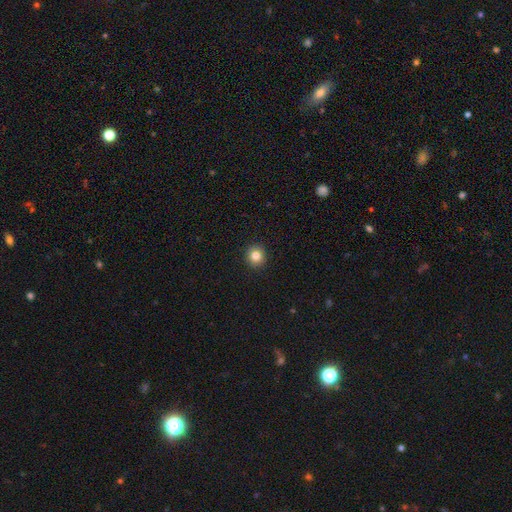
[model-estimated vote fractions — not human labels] The model was most divided on "smooth or featured": smooth: 83%, star or artifact: 11%, featured or disk: 6%. More confident: merging — none (93%); how rounded — round (92%).